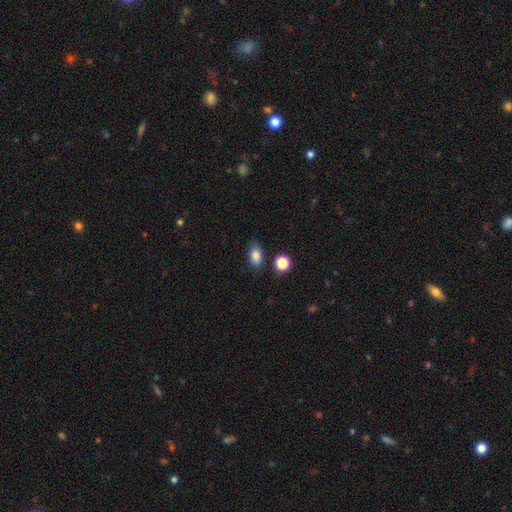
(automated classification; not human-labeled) A smooth galaxy with no disk features (85%) that is in between round and cigar-shaped (84%). Merging: none (81%).